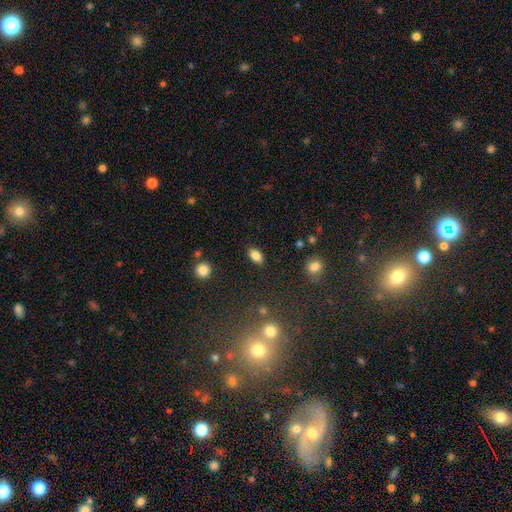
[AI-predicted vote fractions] The model was most divided on "smooth or featured": smooth: 84%, star or artifact: 9%, featured or disk: 7%. More confident: how rounded — in between (89%); merging — none (87%).